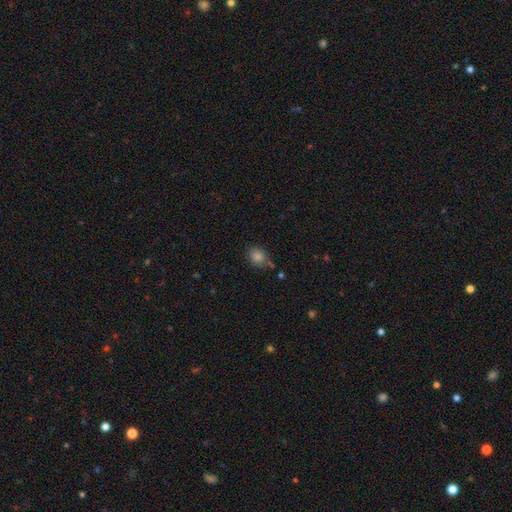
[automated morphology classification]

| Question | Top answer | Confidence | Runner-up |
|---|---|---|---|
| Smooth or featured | smooth | 76% | star or artifact (17%) |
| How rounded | round | 68% | in between (31%) |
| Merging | none | 76% | minor disturbance (15%) |